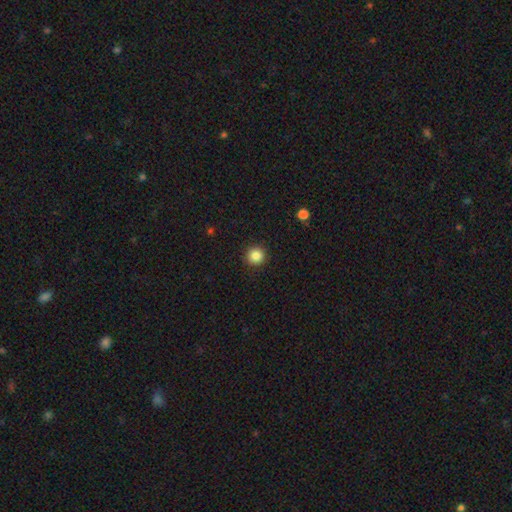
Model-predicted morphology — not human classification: smooth-or-featured: smooth: 86% | star or artifact: 11% | featured or disk: 3%
  how-rounded: round: 95% | in between: 4% | cigar-shaped: 1%
  merging: none: 92% | minor disturbance: 5% | major disturbance: 2% | merger: 1%